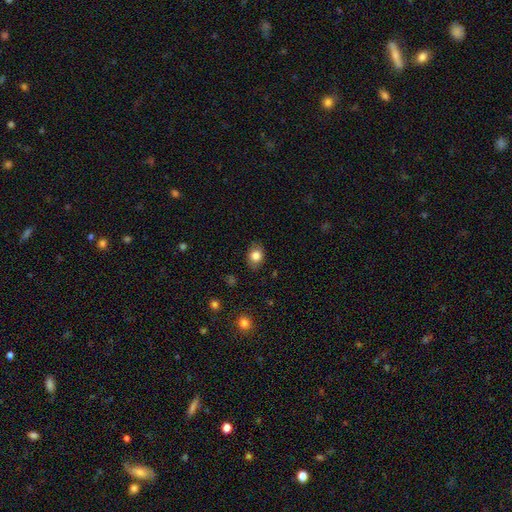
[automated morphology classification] Smooth or featured? smooth (83%)
How rounded? in between (58%)
Merging? none (83%)